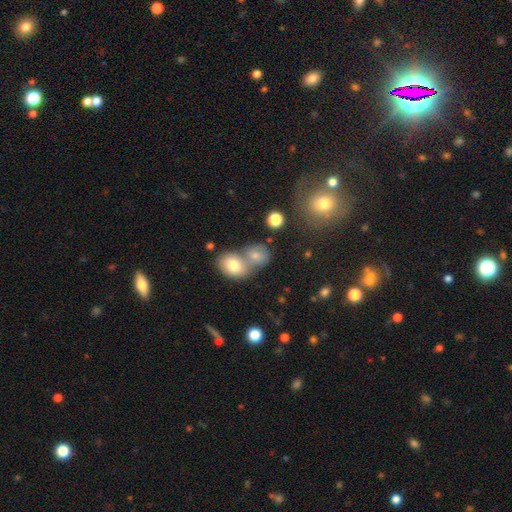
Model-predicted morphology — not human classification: Overall: smooth (74%). How rounded: round (53%; in between 45%). Merging: merger (54%; none 35%).